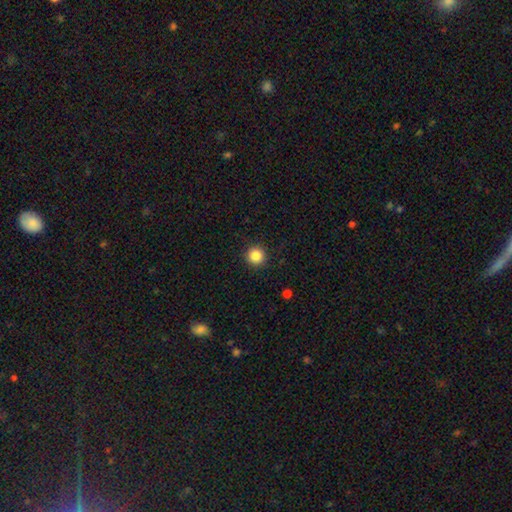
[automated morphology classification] smooth 86%, star or artifact 10%, featured or disk 4%. Down the decision tree: how rounded — round (95%); merging — none (92%).